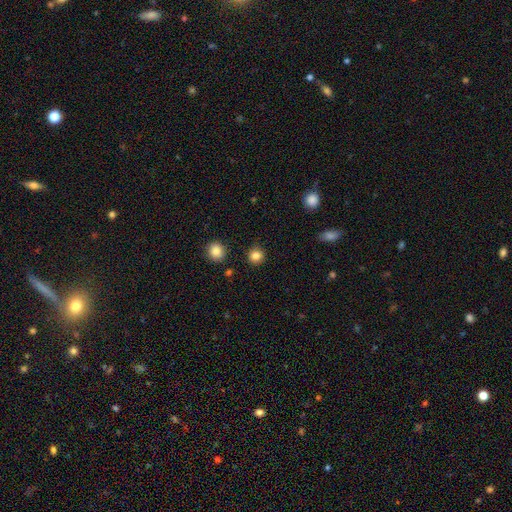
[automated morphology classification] smooth 84%, star or artifact 12%, featured or disk 4%. Down the decision tree: how rounded — round (92%); merging — none (89%).